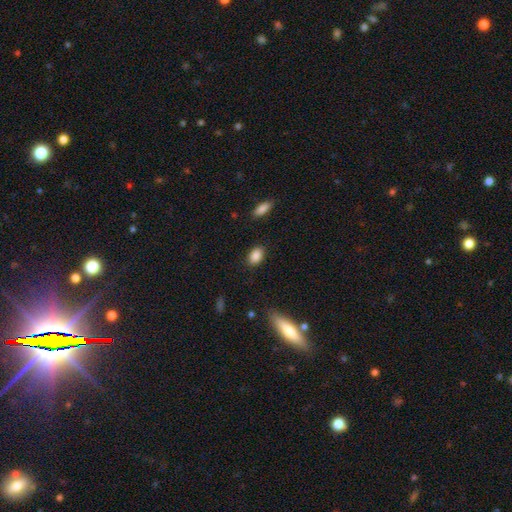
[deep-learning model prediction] smooth-or-featured: smooth: 87% | star or artifact: 8% | featured or disk: 4%
  how-rounded: in between: 84% | round: 14% | cigar-shaped: 2%
  merging: none: 86% | minor disturbance: 10% | major disturbance: 3% | merger: 2%